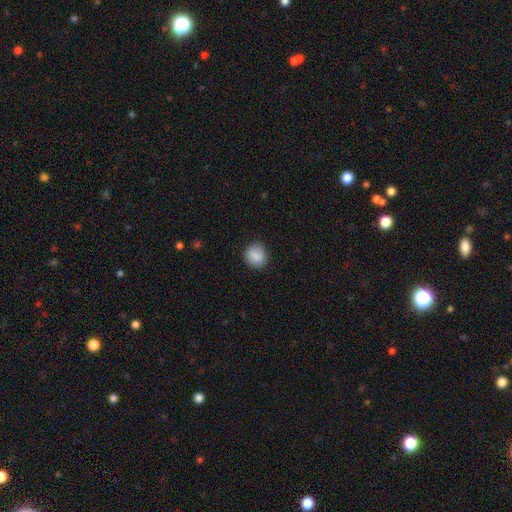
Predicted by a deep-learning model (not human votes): Overall: smooth (86%). How rounded: round (75%). Merging: none (84%).